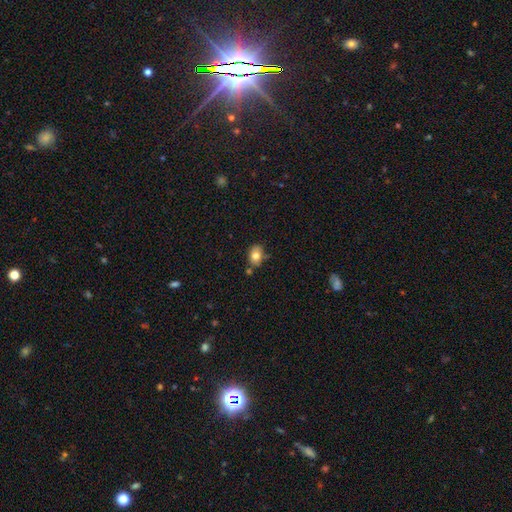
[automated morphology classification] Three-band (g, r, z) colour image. It shows a smooth galaxy with no disk features (78%) that is in between round and cigar-shaped (65%). Merging: none (65%).